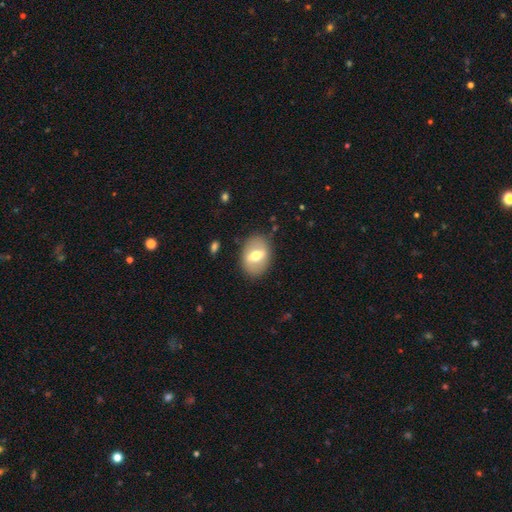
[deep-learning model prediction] This is possibly a smooth galaxy (49%). Merging: clearly none (83%).